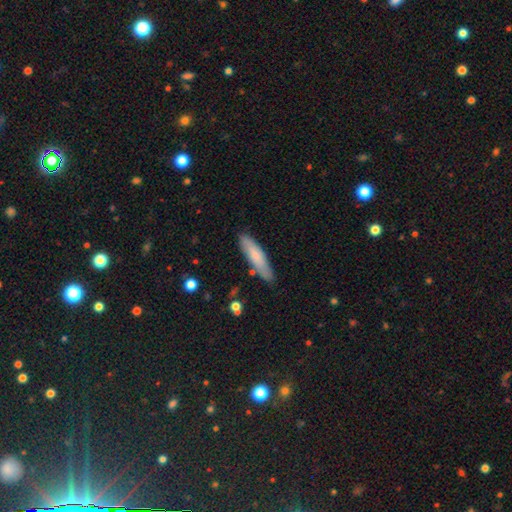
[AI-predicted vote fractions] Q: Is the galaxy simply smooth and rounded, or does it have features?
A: smooth — 76%.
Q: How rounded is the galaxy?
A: cigar-shaped — 79%.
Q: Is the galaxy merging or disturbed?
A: none — 83%.